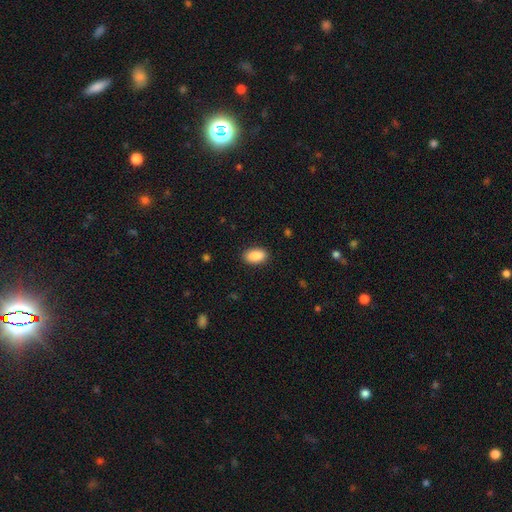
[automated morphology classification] The model was most divided on "merging": none: 89%, minor disturbance: 8%, major disturbance: 2%, merger: 1%. More confident: how rounded — in between (94%); smooth or featured — smooth (90%).